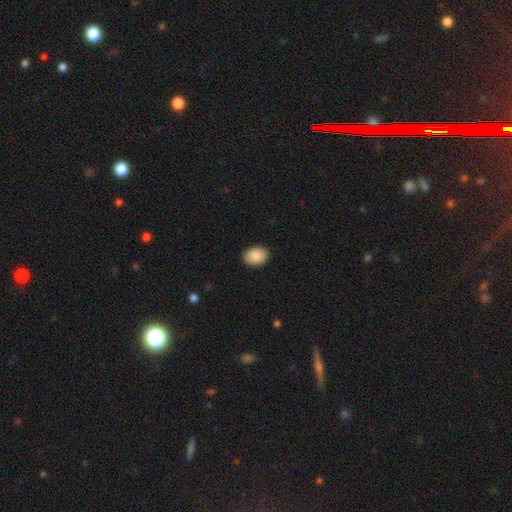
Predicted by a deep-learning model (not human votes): smooth-or-featured: smooth: 90% | star or artifact: 6% | featured or disk: 4%
  how-rounded: in between: 73% | round: 27% | cigar-shaped: 1%
  merging: none: 90% | minor disturbance: 7% | major disturbance: 2% | merger: 1%